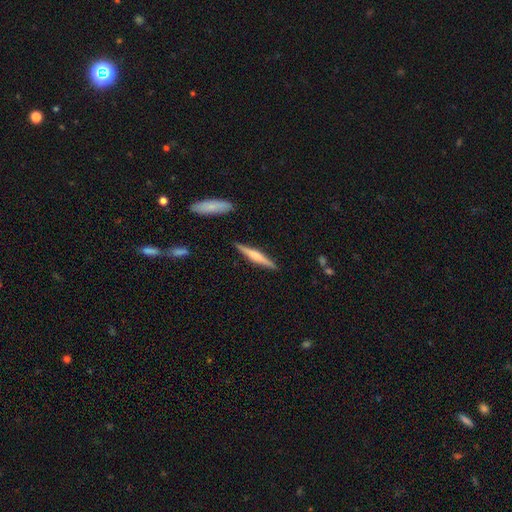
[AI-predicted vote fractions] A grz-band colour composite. It shows a featured or disk galaxy (58%) viewed edge-on (97%) with a rounded central bulge (73%). Merging: none (90%).